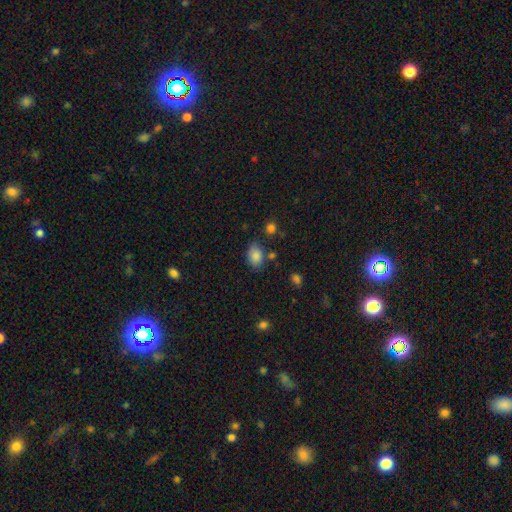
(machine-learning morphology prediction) smooth_or_featured: smooth (p=0.85) [alt: star or artifact p=0.09]
how_rounded: in between (p=0.80) [alt: round p=0.18]
merging: none (p=0.69) [alt: minor disturbance p=0.20]